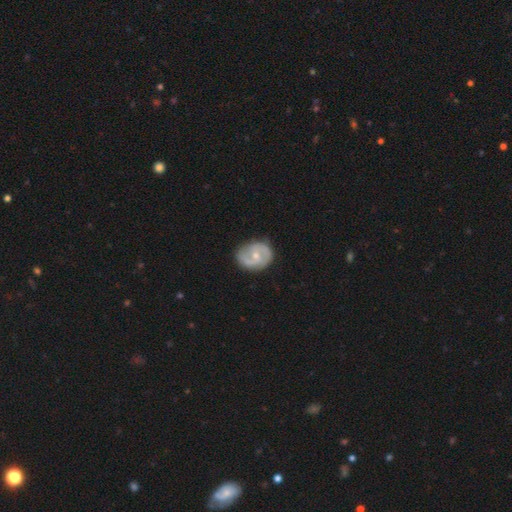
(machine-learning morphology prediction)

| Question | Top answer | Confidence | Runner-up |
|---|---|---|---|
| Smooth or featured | featured or disk | 74% | smooth (21%) |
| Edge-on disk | no | 97% | yes (3%) |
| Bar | no | 52% | weak (40%) |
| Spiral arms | yes | 87% | no (13%) |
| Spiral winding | medium | 47% | tight (32%) |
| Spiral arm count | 2 | 82% | can't tell (10%) |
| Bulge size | moderate | 50% | small (46%) |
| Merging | none | 78% | minor disturbance (16%) |